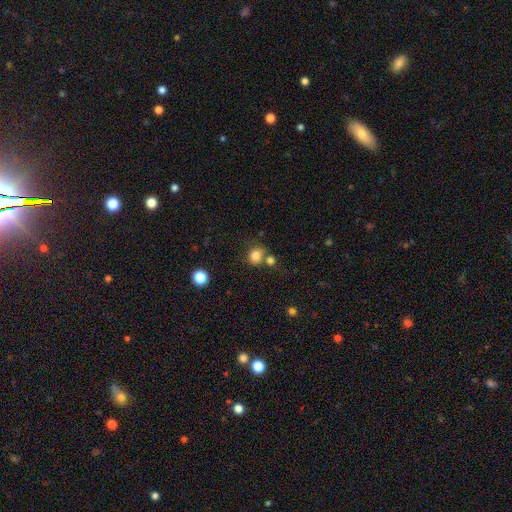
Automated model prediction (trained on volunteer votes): A smooth galaxy with no disk features (82%) that is round (77%). Merging: none (59%).